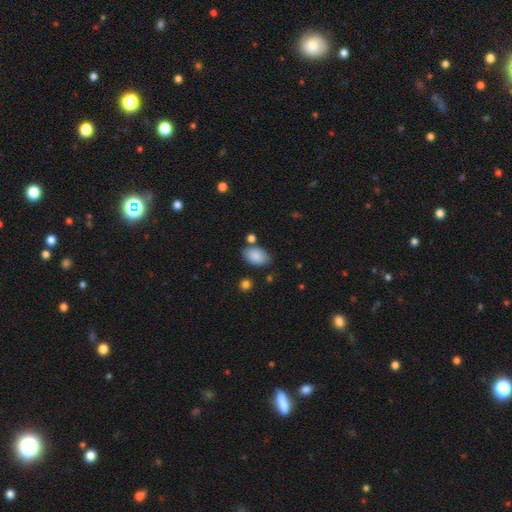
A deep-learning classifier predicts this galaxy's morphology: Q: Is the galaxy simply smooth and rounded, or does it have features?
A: smooth — 86%.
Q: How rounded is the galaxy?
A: in between — 90%.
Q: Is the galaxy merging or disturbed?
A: none — 73%.